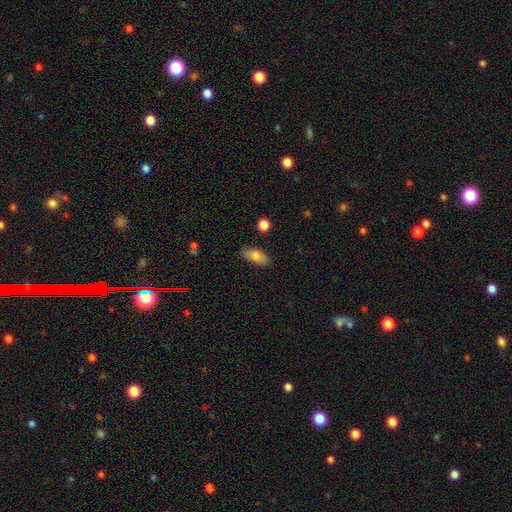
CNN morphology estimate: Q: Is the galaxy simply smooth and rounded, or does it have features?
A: smooth — 81%.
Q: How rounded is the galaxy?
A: in between — 87%.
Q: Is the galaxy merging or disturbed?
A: none — 84%.